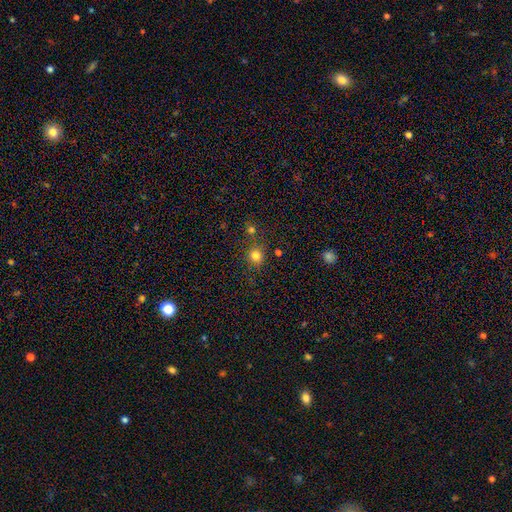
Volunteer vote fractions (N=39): smooth_or_featured: smooth (p=0.82) [alt: featured or disk p=0.10]
how_rounded: round (p=0.88) [alt: in between p=0.12]
merging: none (p=0.89) [alt: merger p=0.11]